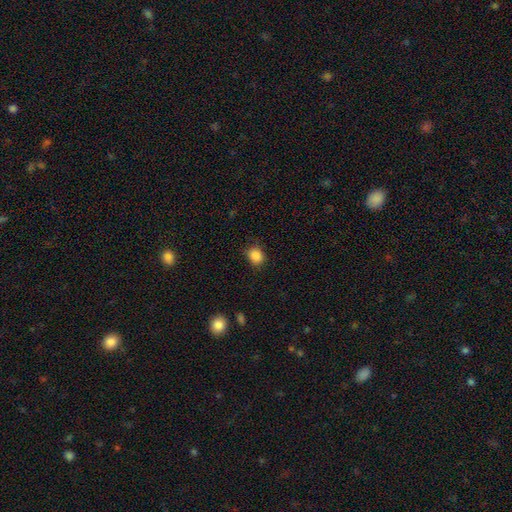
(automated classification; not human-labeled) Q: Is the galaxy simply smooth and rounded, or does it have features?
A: smooth — 86%.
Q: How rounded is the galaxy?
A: round — 63%.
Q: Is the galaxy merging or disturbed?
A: none — 80%.